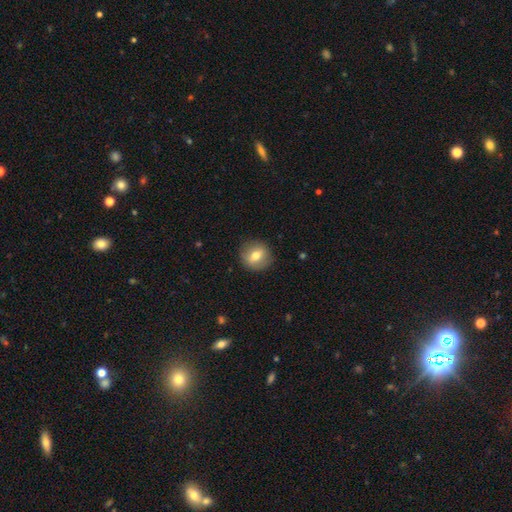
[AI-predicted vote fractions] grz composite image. It shows a smooth galaxy with no disk features (66%) that is round (88%). Merging: none (88%).